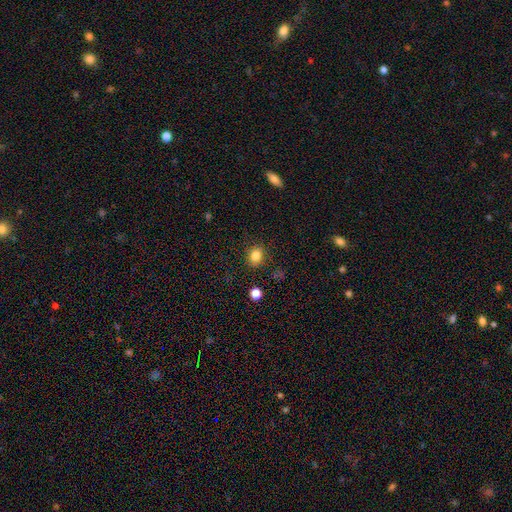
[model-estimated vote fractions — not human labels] This appears to be a smooth galaxy with no disk features (83%) that is round (59%). Merging: none (87%).